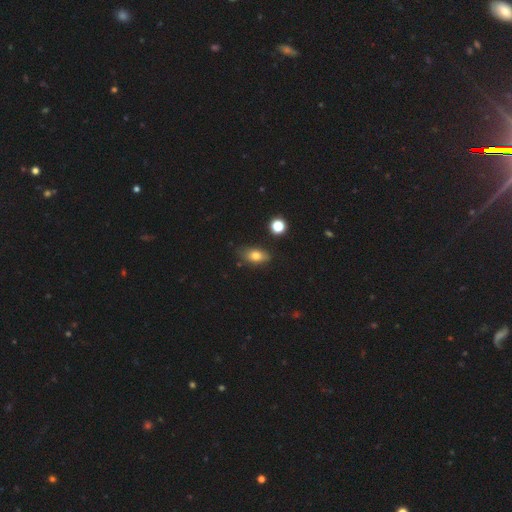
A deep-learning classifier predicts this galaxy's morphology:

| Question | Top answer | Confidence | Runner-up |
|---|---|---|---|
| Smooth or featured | smooth | 76% | featured or disk (14%) |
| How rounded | in between | 83% | round (11%) |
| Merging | none | 74% | minor disturbance (19%) |